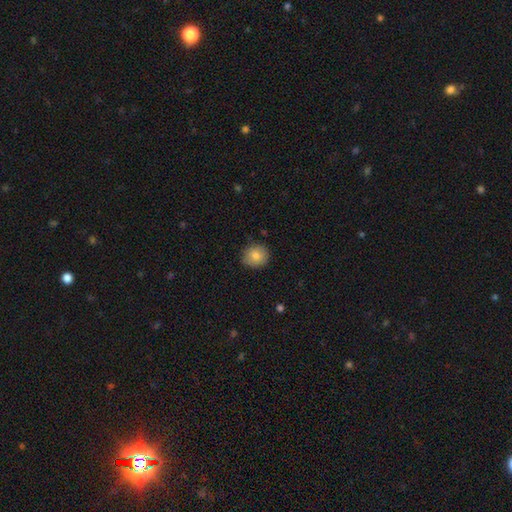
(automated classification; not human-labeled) smooth_or_featured: smooth (p=0.81) [alt: featured or disk p=0.10]
how_rounded: round (p=0.85) [alt: in between p=0.14]
merging: none (p=0.83) [alt: minor disturbance p=0.13]